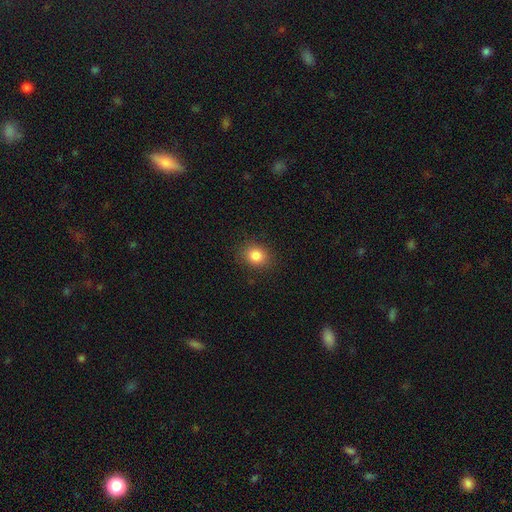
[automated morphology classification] This appears to be a smooth galaxy with no disk features (85%) that is round (64%). Merging: none (88%).